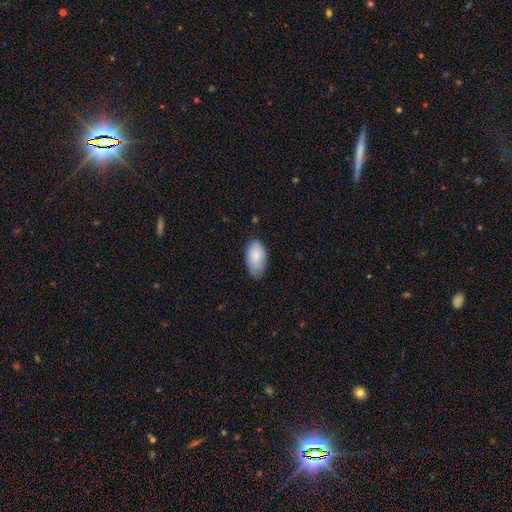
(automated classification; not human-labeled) Smooth or featured? Predicted: smooth (p=0.86). How rounded? Predicted: in between (p=0.95). Merging? Predicted: none (p=0.72).